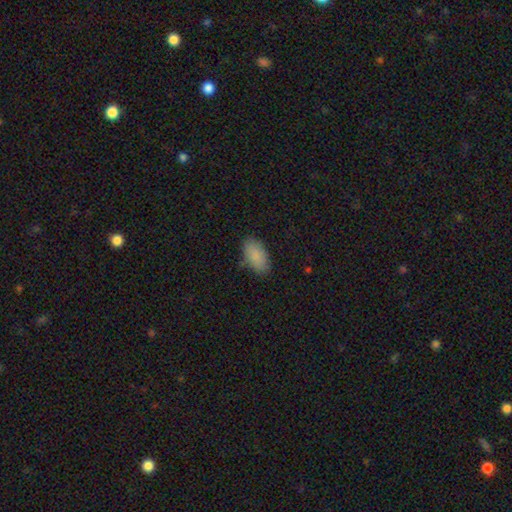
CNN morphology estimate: This appears to be a smooth galaxy with no disk features (88%) that is in between round and cigar-shaped (94%). Merging: none (81%).